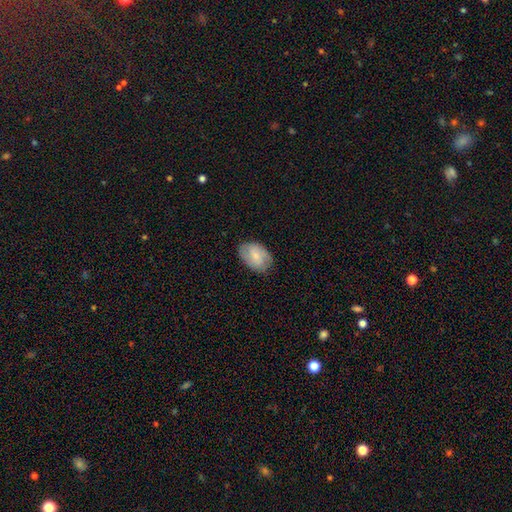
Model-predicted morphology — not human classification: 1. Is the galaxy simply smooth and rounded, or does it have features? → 66% smooth, 27% featured or disk, 7% star or artifact.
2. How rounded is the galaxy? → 84% in between, 14% round, 1% cigar-shaped.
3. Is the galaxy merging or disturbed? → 78% none, 17% minor disturbance, 4% major disturbance, 1% merger.